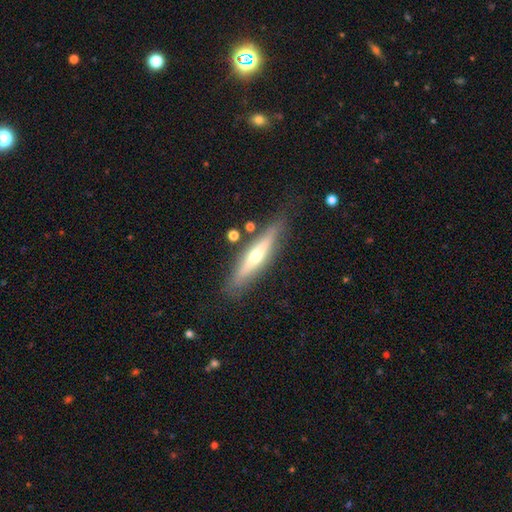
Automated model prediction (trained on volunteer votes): Overall: featured or disk (59%; smooth 34%). Edge-on disk: yes (91%). Edge-on bulge: rounded (82%). Merging: none (81%).